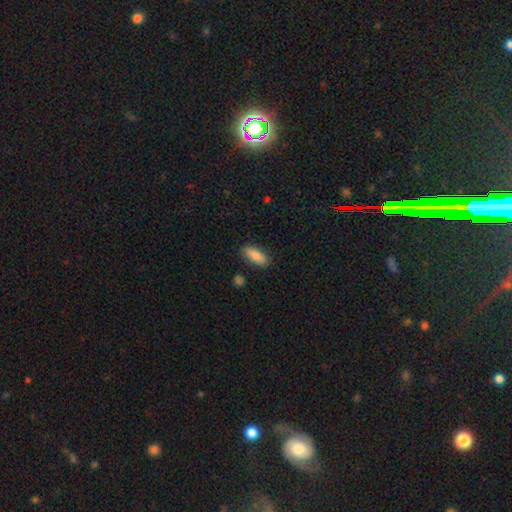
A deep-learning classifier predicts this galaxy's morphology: A smooth galaxy with no disk features (83%) that is in between round and cigar-shaped (72%). Merging: none (84%).